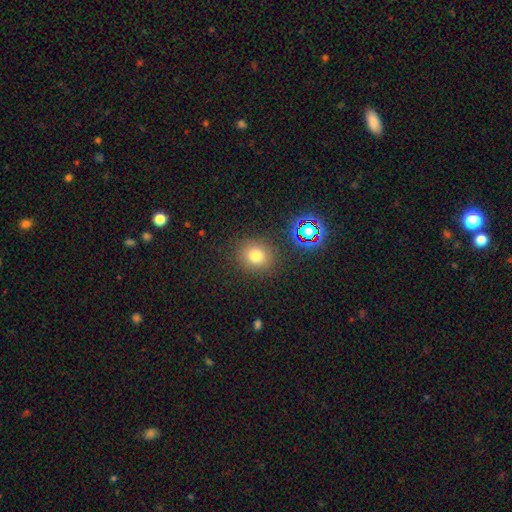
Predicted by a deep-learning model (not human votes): Smooth or featured? Predicted: smooth (p=0.75). How rounded? Predicted: round (p=0.79). Merging? Predicted: none (p=0.86).